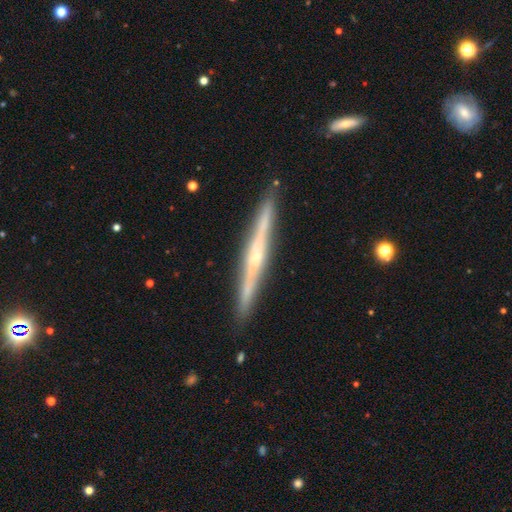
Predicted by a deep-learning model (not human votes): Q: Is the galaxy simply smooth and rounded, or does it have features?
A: featured or disk — 78%.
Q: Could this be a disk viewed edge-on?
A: yes — 98%.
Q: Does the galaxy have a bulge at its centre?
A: rounded — 68%.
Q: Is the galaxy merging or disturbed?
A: none — 91%.